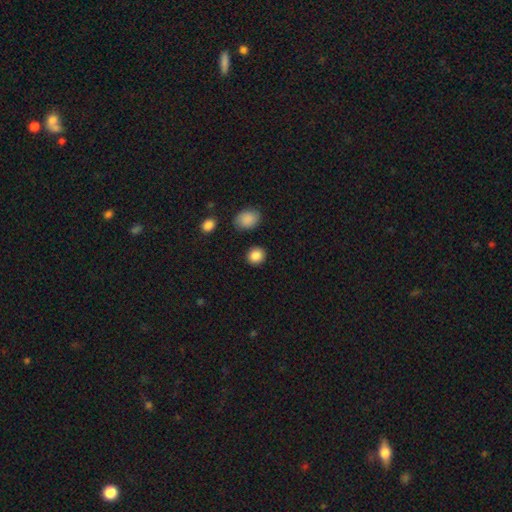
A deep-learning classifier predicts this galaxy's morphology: A smooth galaxy with no disk features (87%) that is round (79%).

Vote fractions:
- Smooth or featured? smooth: 87% / star or artifact: 9% / featured or disk: 4%
- How rounded? round: 79% / in between: 20% / cigar-shaped: 1%
- Merging? none: 89% / minor disturbance: 7% / major disturbance: 2% / merger: 2%